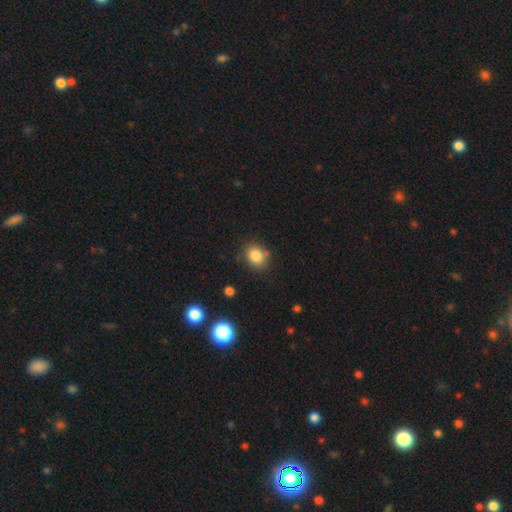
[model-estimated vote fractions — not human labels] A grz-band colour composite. It shows a smooth galaxy with no disk features (84%) that is round (57%). Merging: none (77%).